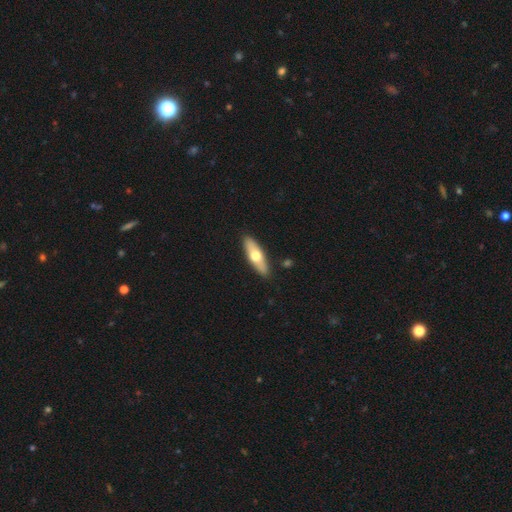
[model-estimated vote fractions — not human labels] This appears to be a smooth galaxy with no disk features (54%) that is in between round and cigar-shaped (52%). Merging: none (88%).